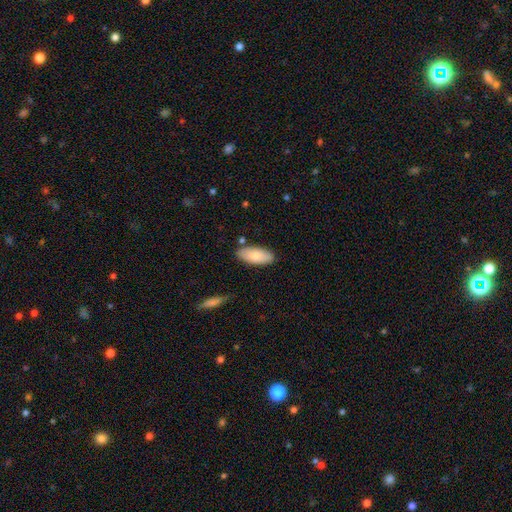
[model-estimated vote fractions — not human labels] This is likely a smooth galaxy (80%). How rounded: clearly in between (88%). Merging: clearly none (82%).